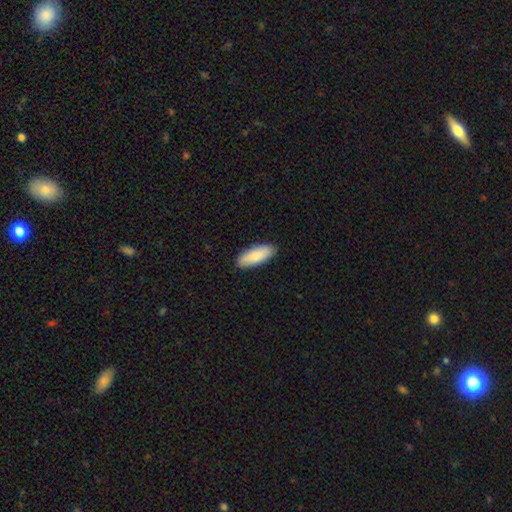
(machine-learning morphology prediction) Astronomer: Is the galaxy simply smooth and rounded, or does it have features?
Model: smooth — 86%.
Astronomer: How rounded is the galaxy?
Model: in between — 75%.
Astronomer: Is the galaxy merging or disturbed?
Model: none — 89%.